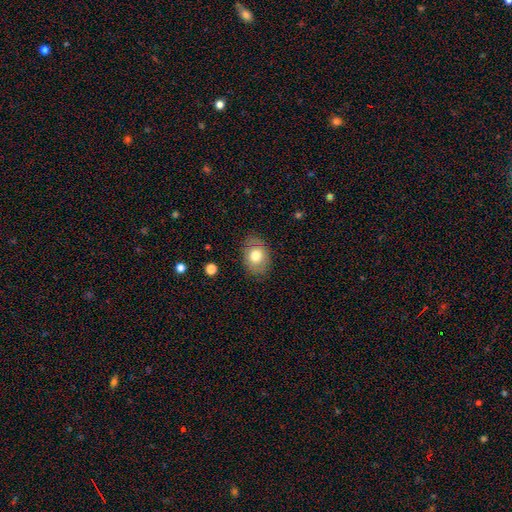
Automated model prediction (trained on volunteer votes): Smooth or featured: smooth — 72% (featured or disk — 20%)
How rounded: in between — 71% (round — 28%)
Merging: none — 82% (minor disturbance — 13%)